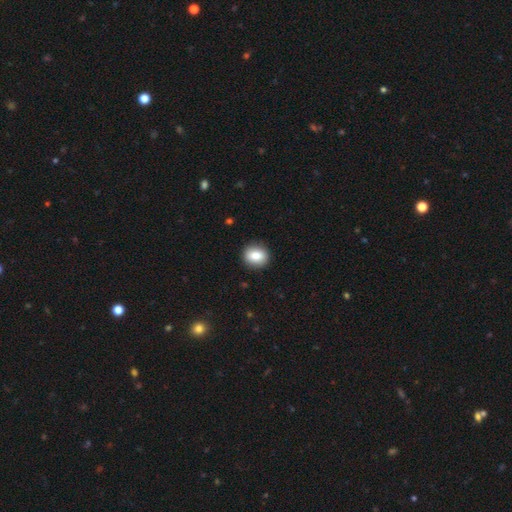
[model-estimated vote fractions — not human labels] The model was most divided on "how rounded": round: 69%, in between: 30%, cigar-shaped: 1%. More confident: merging — none (90%); smooth or featured — smooth (84%).